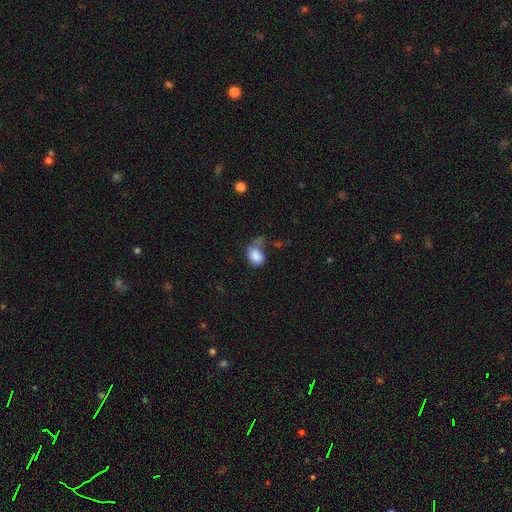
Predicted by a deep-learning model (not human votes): The model was most divided on "merging": major disturbance: 31%, none: 30%, minor disturbance: 28%, merger: 11%. More confident: smooth or featured — smooth (82%); how rounded — in between (73%).